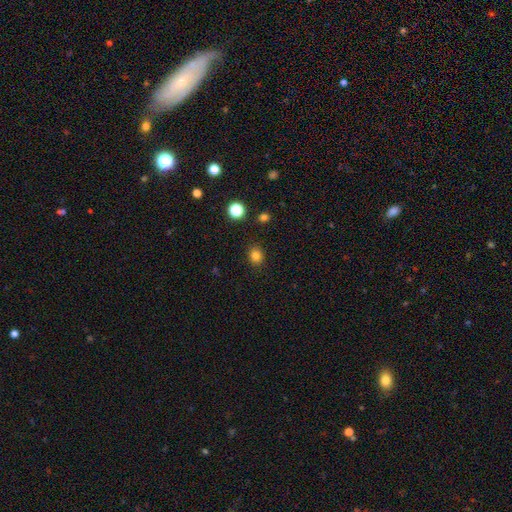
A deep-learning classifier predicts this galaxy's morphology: The model was most divided on "how rounded": round: 68%, in between: 31%, cigar-shaped: 1%. More confident: merging — none (89%); smooth or featured — smooth (81%).